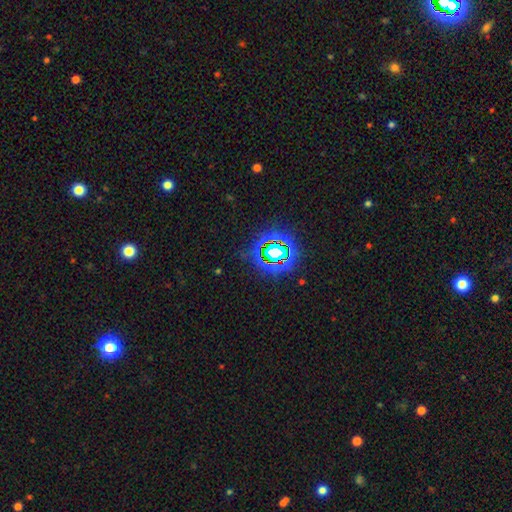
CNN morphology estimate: Smooth or featured? star or artifact (75%)